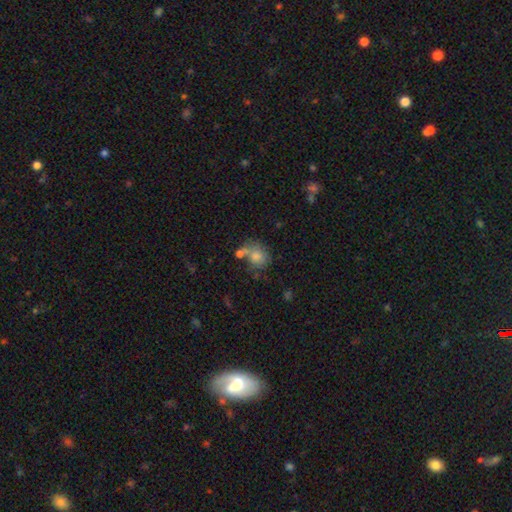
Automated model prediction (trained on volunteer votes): smooth_or_featured: smooth (p=0.74) [alt: featured or disk p=0.15]
how_rounded: round (p=0.65) [alt: in between p=0.34]
merging: none (p=0.42) [alt: merger p=0.28]